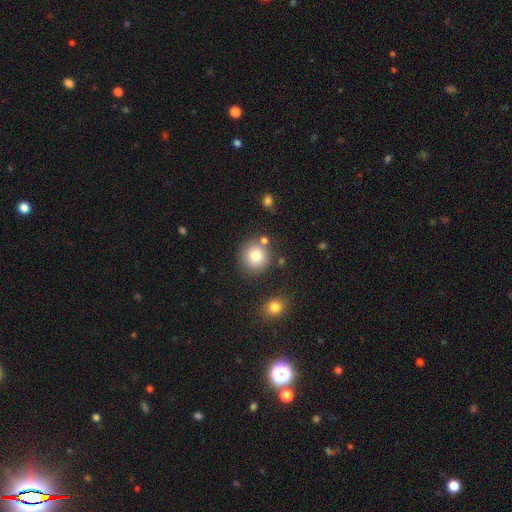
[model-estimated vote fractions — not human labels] Smooth or featured?
  - smooth: 81% *
  - star or artifact: 10%
  - featured or disk: 9%
How rounded?
  - round: 89% *
  - in between: 10%
  - cigar-shaped: 1%
Merging?
  - none: 77% *
  - minor disturbance: 10%
  - merger: 9%
  - major disturbance: 3%